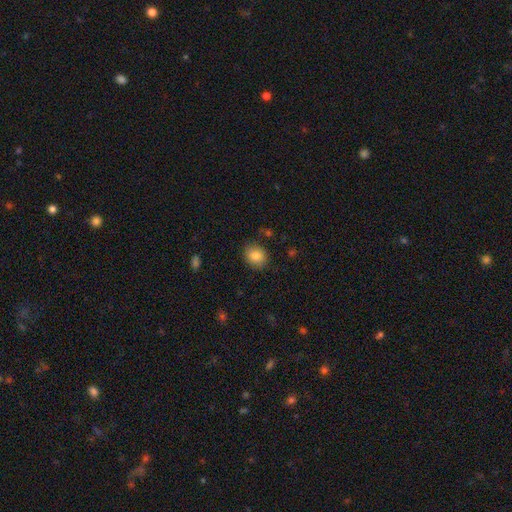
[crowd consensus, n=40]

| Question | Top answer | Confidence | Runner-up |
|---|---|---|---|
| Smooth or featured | smooth | 95% | featured or disk (2%) |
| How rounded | round | 58% | in between (42%) |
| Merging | none | 92% | minor disturbance (5%) |